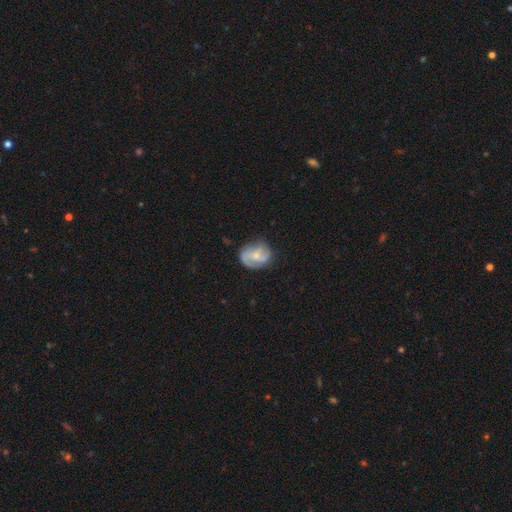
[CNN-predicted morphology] smooth-or-featured: featured or disk: 65% | smooth: 29% | star or artifact: 6%
  disk-edge-on: no: 97% | yes: 3%
    bar: no: 54% | weak: 36% | strong: 9%
    has-spiral-arms: yes: 86% | no: 14%
      spiral-winding: medium: 45% | tight: 30% | loose: 25%
      spiral-arm-count: 2: 63% | can't tell: 16% | 3: 11% | 1: 6% | 4: 2% | more than 4: 2%
    bulge-size: small: 49% | moderate: 44% | none: 4% | large: 2% | dominant: 1%
  merging: none: 64% | minor disturbance: 25% | major disturbance: 9% | merger: 2%